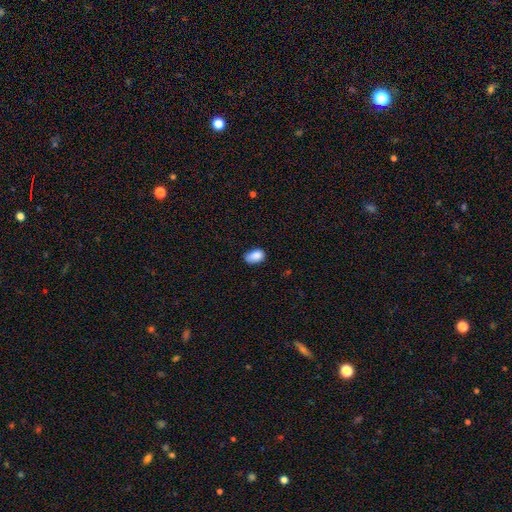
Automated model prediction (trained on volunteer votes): The model was most divided on "merging": none: 64%, minor disturbance: 29%, major disturbance: 5%, merger: 2%. More confident: how rounded — in between (88%); smooth or featured — smooth (87%).